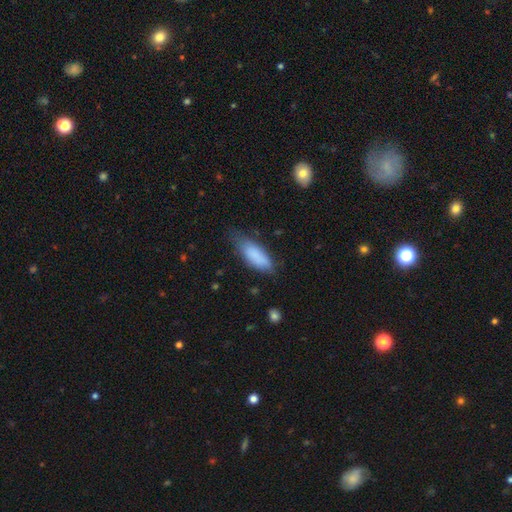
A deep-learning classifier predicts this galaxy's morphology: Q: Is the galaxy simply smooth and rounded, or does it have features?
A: smooth — 85%.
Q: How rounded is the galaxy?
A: in between — 70%.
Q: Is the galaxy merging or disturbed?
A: none — 59%.